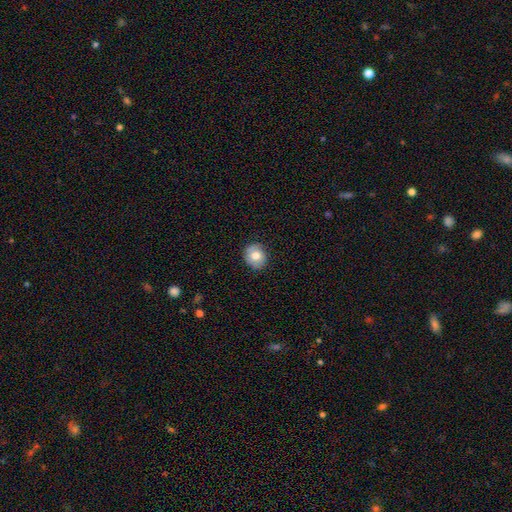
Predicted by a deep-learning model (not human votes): A smooth galaxy with no disk features (74%) that is round (67%). Merging: none (85%).